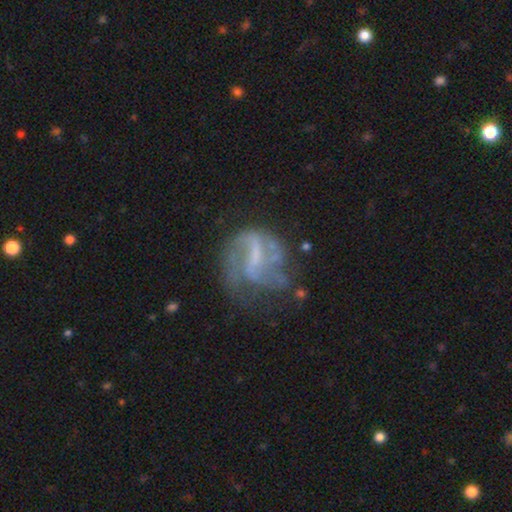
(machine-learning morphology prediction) featured or disk 75%, smooth 16%, star or artifact 9%. Down the decision tree: edge-on disk — no (98%); bar — weak (46%); spiral arms — yes (74%); spiral arm count — 2 (41%); spiral winding — medium (41%); bulge size — none (48%); merging — none (42%).